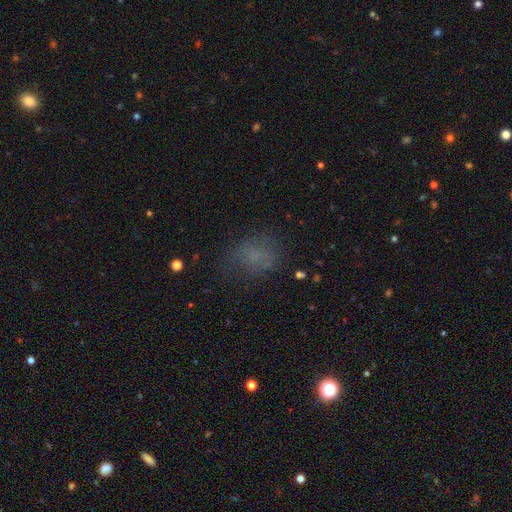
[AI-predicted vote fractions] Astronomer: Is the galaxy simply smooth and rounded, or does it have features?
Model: smooth — 63%.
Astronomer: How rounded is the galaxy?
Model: in between — 55% (runner-up: round, 43%).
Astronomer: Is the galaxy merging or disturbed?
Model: none — 60%.